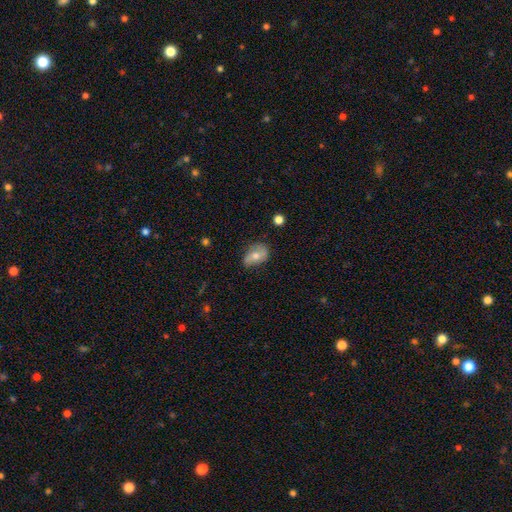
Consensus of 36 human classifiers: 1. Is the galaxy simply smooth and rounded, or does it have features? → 53% smooth, 44% featured or disk, 3% star or artifact.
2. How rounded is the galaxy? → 63% in between, 37% round, 0% cigar-shaped.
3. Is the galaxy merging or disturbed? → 71% none, 14% major disturbance, 11% minor disturbance, 3% merger.